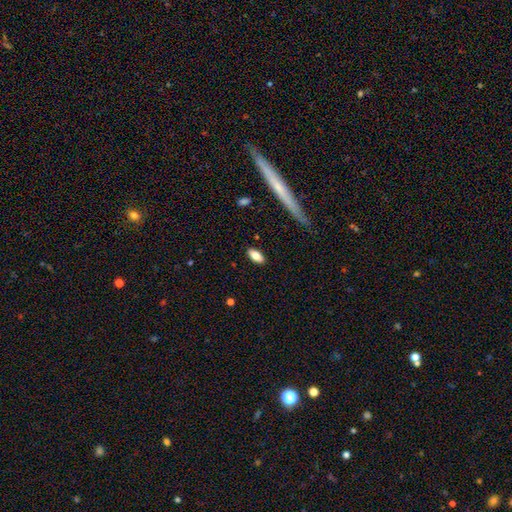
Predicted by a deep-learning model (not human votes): This appears to be a smooth galaxy with no disk features (78%) that is in between round and cigar-shaped (85%). Merging: none (87%).